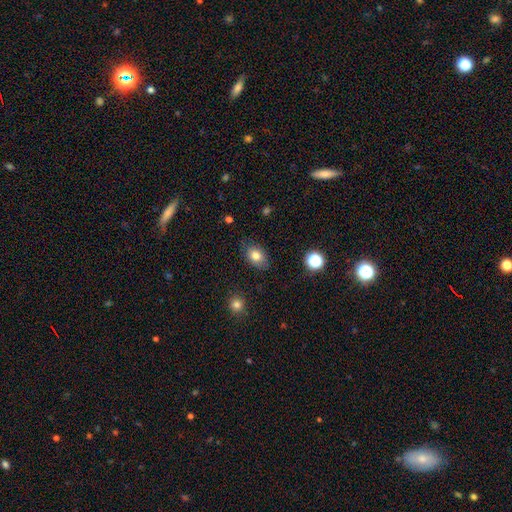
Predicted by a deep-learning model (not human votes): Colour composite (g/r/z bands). It shows a smooth galaxy with no disk features (79%) that is in between round and cigar-shaped (76%). Merging: none (81%).